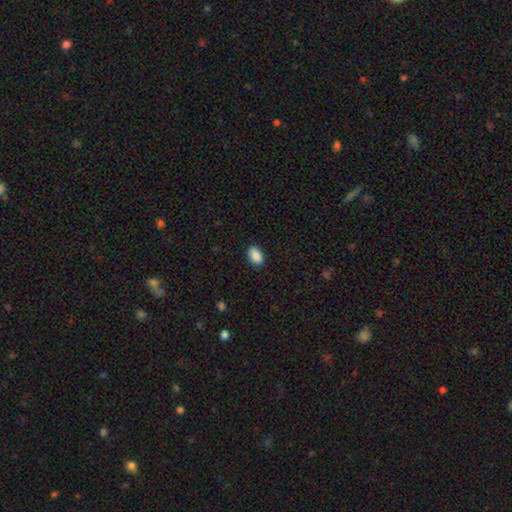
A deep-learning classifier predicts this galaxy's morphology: smooth_or_featured: smooth (p=0.89) [alt: star or artifact p=0.07]
how_rounded: in between (p=0.89) [alt: round p=0.09]
merging: none (p=0.87) [alt: minor disturbance p=0.10]